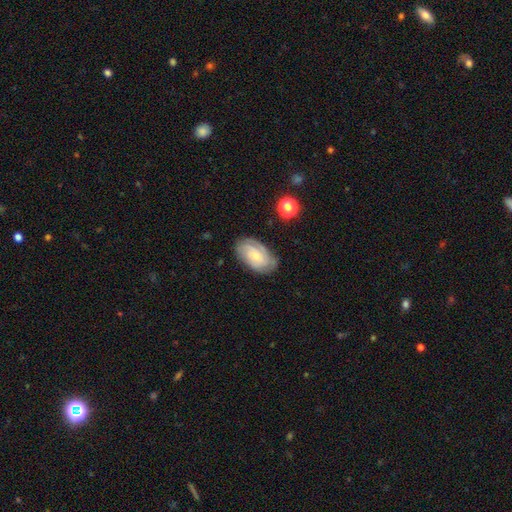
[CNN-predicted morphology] Smooth or featured? featured or disk (61%)
Edge-on disk? no (95%)
Bar? no (72%)
Spiral arms? yes (86%)
Spiral winding? tight (63%)
Spiral arm count? can't tell (42%)
Bulge size? small (62%)
Merging? none (73%)